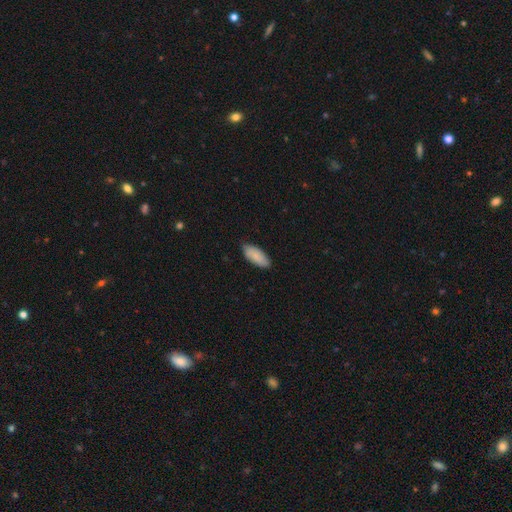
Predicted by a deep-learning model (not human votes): Overall: smooth (86%). How rounded: in between (86%). Merging: none (83%).